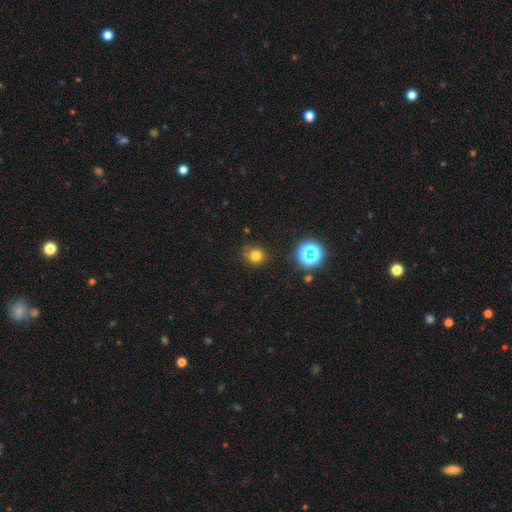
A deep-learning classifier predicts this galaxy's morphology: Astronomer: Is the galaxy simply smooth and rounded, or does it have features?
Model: smooth — 74%.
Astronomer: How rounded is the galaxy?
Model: round — 86%.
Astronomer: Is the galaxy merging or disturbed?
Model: none — 82%.